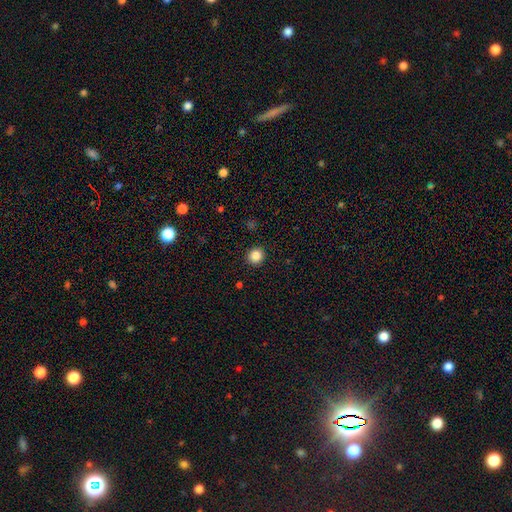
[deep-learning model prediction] Q: Smooth or featured?
A: smooth (86%); runner-up: star or artifact (10%)
Q: How rounded?
A: round (92%); runner-up: in between (7%)
Q: Merging?
A: none (92%); runner-up: minor disturbance (5%)